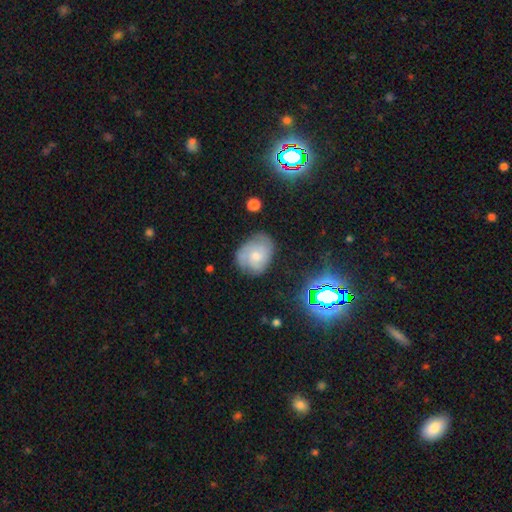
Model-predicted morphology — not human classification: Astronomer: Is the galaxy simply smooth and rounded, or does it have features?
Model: featured or disk — 51% (runner-up: smooth, 40%).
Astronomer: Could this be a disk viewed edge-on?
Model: no — 97%.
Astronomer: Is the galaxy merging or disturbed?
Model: none — 64%.